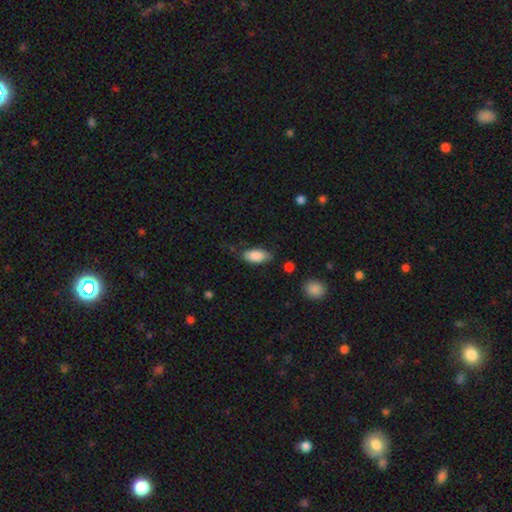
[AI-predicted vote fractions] smooth_or_featured: smooth (p=0.86) [alt: featured or disk p=0.07]
how_rounded: in between (p=0.87) [alt: cigar-shaped p=0.10]
merging: none (p=0.72) [alt: minor disturbance p=0.21]